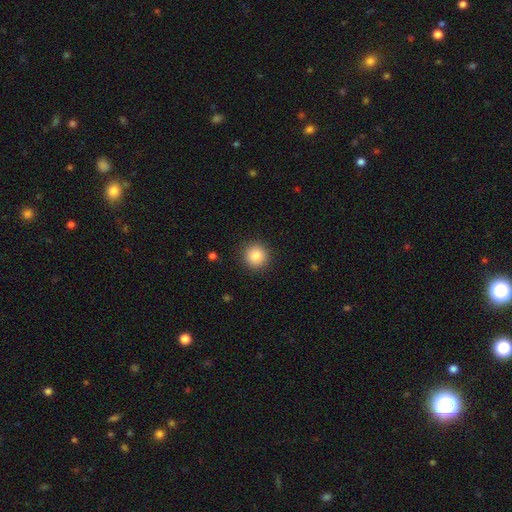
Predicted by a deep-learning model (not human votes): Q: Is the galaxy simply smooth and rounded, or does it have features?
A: smooth — 85%.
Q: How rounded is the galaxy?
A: round — 94%.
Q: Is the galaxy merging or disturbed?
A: none — 91%.